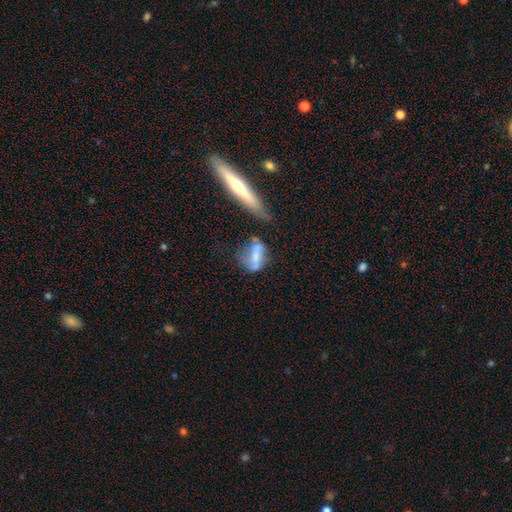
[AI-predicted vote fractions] Smooth or featured? featured or disk (46%)
Merging? none (32%)